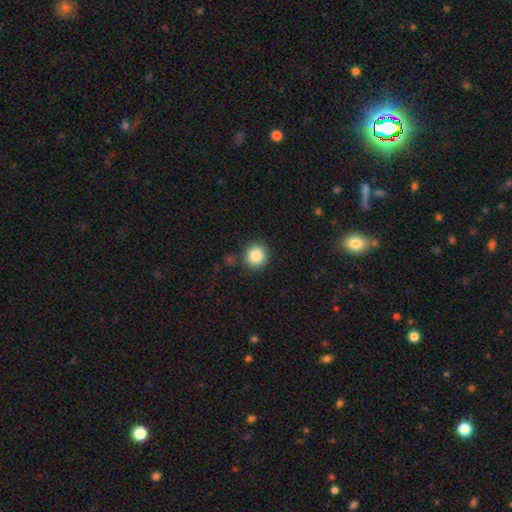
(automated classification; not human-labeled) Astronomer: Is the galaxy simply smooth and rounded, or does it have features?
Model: smooth — 86%.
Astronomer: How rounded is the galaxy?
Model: round — 87%.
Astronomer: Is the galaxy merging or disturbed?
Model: none — 86%.